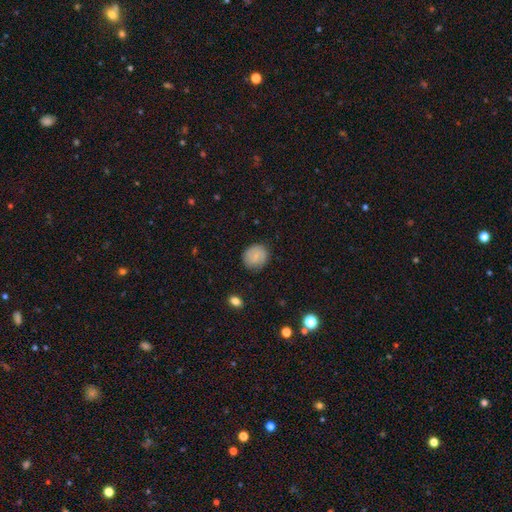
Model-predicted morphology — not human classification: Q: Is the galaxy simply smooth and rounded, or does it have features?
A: smooth — 73%.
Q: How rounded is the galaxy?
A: round — 77%.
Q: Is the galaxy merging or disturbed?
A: none — 83%.